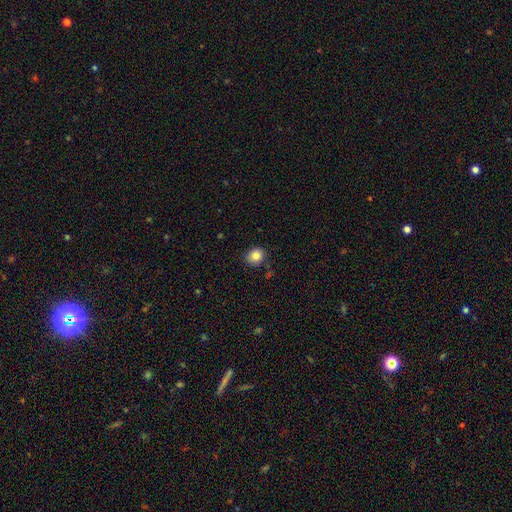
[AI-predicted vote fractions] Morphology: type=smooth (84%); roundness=round (72%); merging=none (82%).